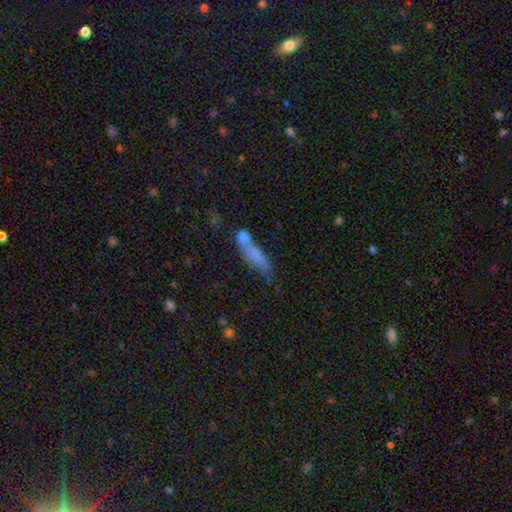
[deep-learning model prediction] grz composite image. It shows a smooth galaxy with no disk features (69%) that is cigar-shaped (62%). Merging: none (36%).